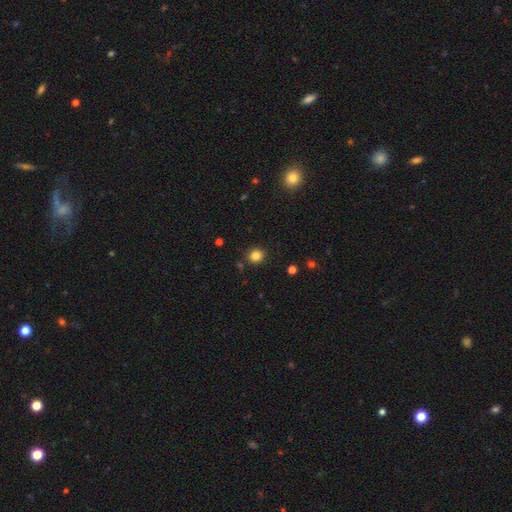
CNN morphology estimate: This is clearly a smooth galaxy (83%). How rounded: clearly round (82%). Merging: clearly none (88%).